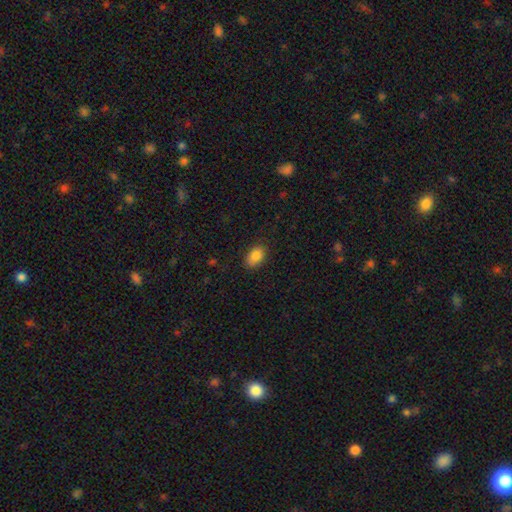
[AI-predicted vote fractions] smooth 86%, star or artifact 8%, featured or disk 5%. Down the decision tree: how rounded — in between (88%); merging — none (84%).